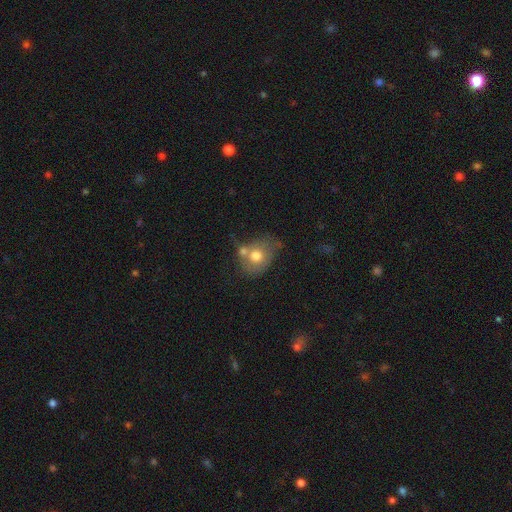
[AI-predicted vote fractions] A smooth galaxy with no disk features (69%) that is round (52%). Merging: merger (34%, tied with none).